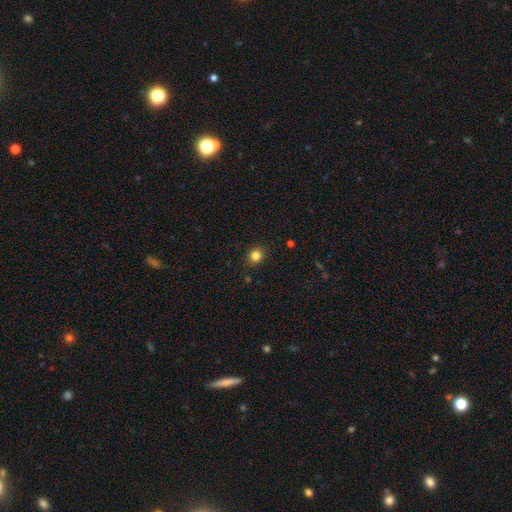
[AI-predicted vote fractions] smooth-or-featured: smooth: 82% | star or artifact: 13% | featured or disk: 5%
  how-rounded: round: 79% | in between: 20% | cigar-shaped: 1%
  merging: none: 90% | minor disturbance: 7% | major disturbance: 2% | merger: 1%